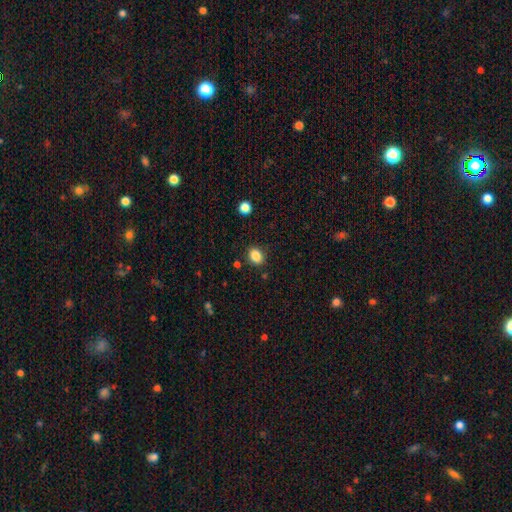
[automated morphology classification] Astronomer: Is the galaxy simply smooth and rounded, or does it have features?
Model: smooth — 85%.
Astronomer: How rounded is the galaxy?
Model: in between — 57% (runner-up: round, 42%).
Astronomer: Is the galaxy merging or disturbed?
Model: none — 86%.